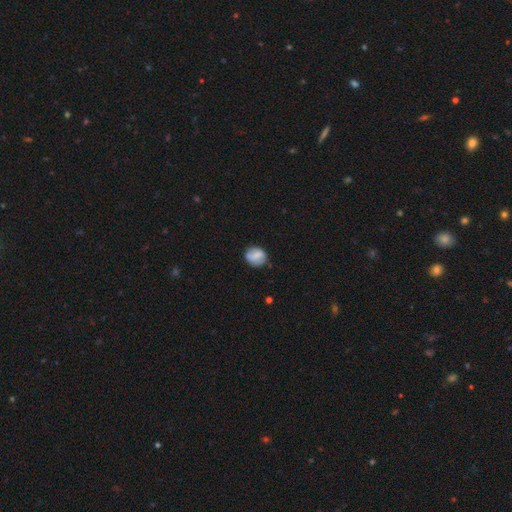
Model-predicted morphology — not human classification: Smooth or featured?
  - smooth: 70% *
  - featured or disk: 22%
  - star or artifact: 8%
How rounded?
  - round: 68% *
  - in between: 31%
  - cigar-shaped: 1%
Merging?
  - none: 74% *
  - minor disturbance: 19%
  - major disturbance: 5%
  - merger: 2%